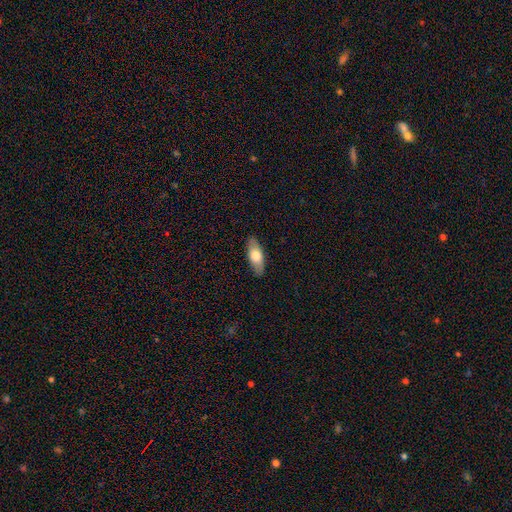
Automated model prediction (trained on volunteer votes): Q: Smooth or featured?
A: smooth (67%); runner-up: featured or disk (27%)
Q: How rounded?
A: in between (79%); runner-up: cigar-shaped (18%)
Q: Merging?
A: none (87%); runner-up: minor disturbance (10%)